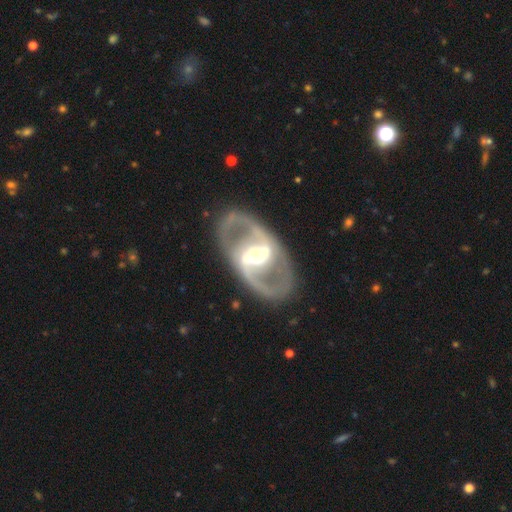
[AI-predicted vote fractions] A featured or disk galaxy (89%) with a strong bar (58%), 2 (91%) medium (57%) spiral arms (90%) and a moderate central bulge (54%).

Vote fractions:
- Smooth or featured? featured or disk: 89% / smooth: 7% / star or artifact: 5%
- Edge-on disk? no: 95% / yes: 5%
- Bar? strong: 58% / weak: 29% / no: 13%
- Spiral arms? yes: 90% / no: 10%
- Spiral winding? medium: 57% / loose: 22% / tight: 21%
- Spiral arm count? 2: 91% / can't tell: 4% / 1: 2% / 3: 2% / 4: 1% / more than 4: 1%
- Bulge size? moderate: 54% / small: 32% / large: 11% / dominant: 2% / none: 1%
- Merging? none: 84% / minor disturbance: 9% / major disturbance: 5% / merger: 2%